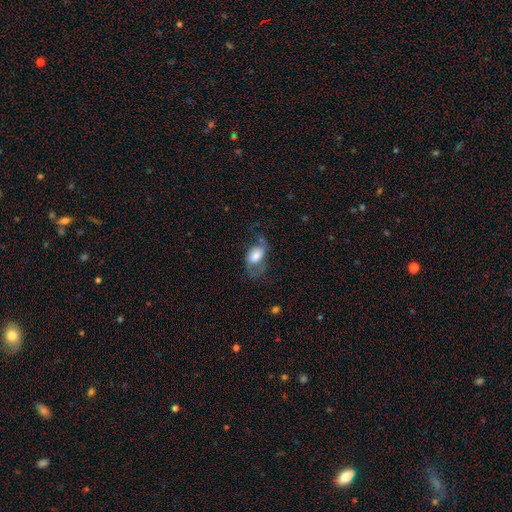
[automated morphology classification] smooth 65%, featured or disk 28%, star or artifact 7%. Down the decision tree: how rounded — in between (86%); merging — none (36%).